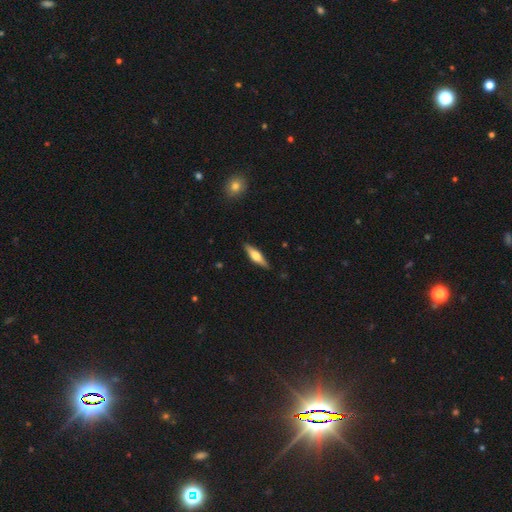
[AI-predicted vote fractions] Smooth or featured?
  - featured or disk: 51% *
  - smooth: 44%
  - star or artifact: 6%
Edge-on disk?
  - yes: 94% *
  - no: 6%
Merging?
  - none: 89% *
  - minor disturbance: 9%
  - major disturbance: 2%
  - merger: 1%